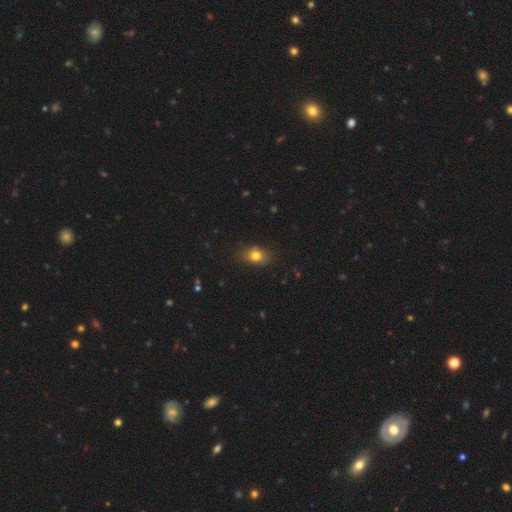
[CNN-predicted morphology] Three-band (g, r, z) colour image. It shows a smooth galaxy with no disk features (78%) that is in between round and cigar-shaped (61%). Merging: none (76%).